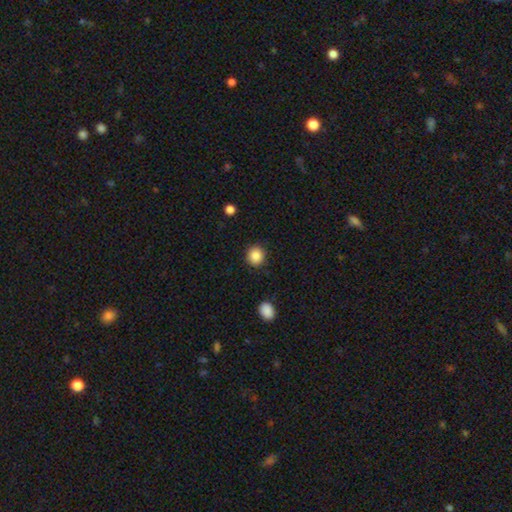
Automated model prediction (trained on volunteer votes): Smooth or featured?
  - smooth: 88% *
  - star or artifact: 9%
  - featured or disk: 4%
How rounded?
  - round: 86% *
  - in between: 13%
  - cigar-shaped: 1%
Merging?
  - none: 89% *
  - minor disturbance: 7%
  - major disturbance: 2%
  - merger: 1%